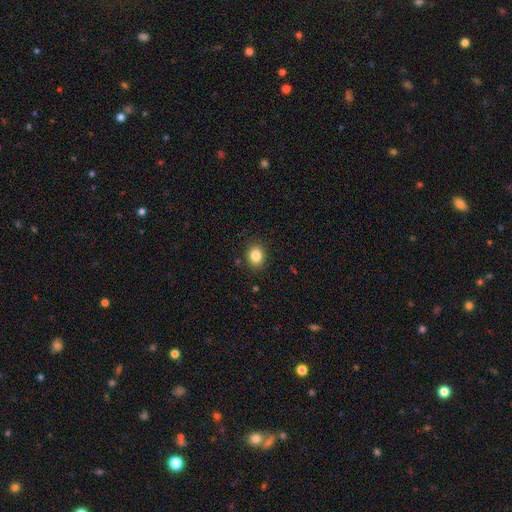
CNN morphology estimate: smooth 84%, star or artifact 10%, featured or disk 5%. Down the decision tree: how rounded — round (61%); merging — none (88%).